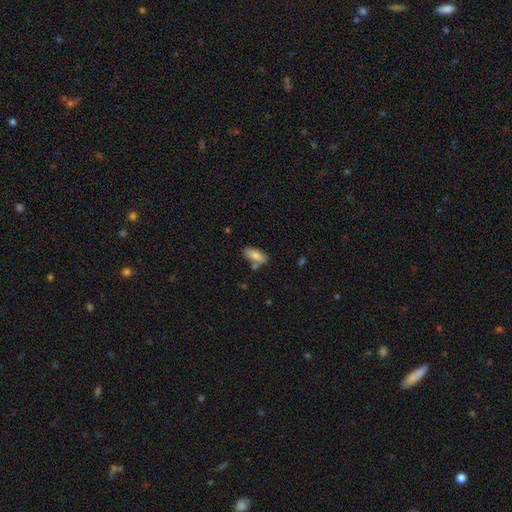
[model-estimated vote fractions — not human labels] smooth-or-featured: smooth: 78% | featured or disk: 15% | star or artifact: 7%
  how-rounded: in between: 77% | cigar-shaped: 20% | round: 2%
  merging: none: 71% | minor disturbance: 16% | merger: 10% | major disturbance: 3%